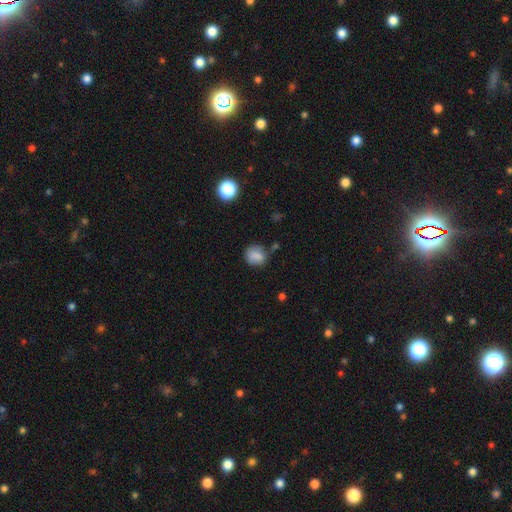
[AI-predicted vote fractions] Overall: smooth (80%). How rounded: round (73%). Merging: none (66%).